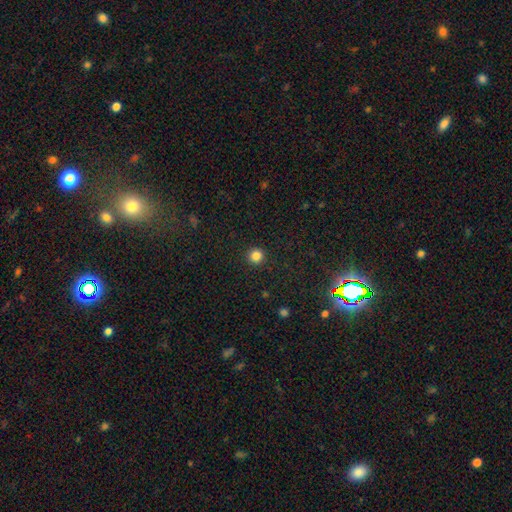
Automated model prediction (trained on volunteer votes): Smooth or featured? smooth (84%)
How rounded? round (95%)
Merging? none (93%)